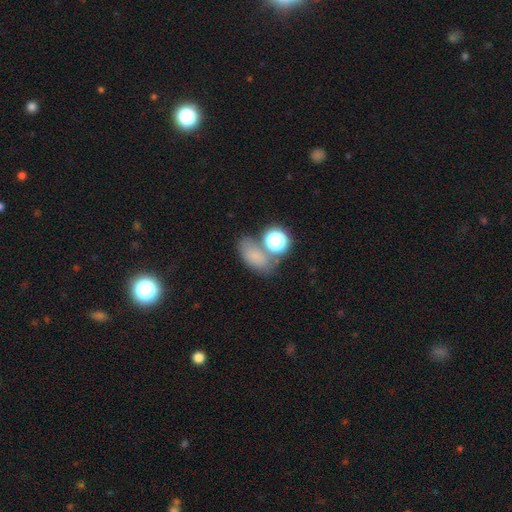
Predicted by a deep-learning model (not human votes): Smooth or featured? Predicted: smooth (p=0.69). How rounded? Predicted: in between (p=0.79). Merging? Predicted: none (p=0.53).